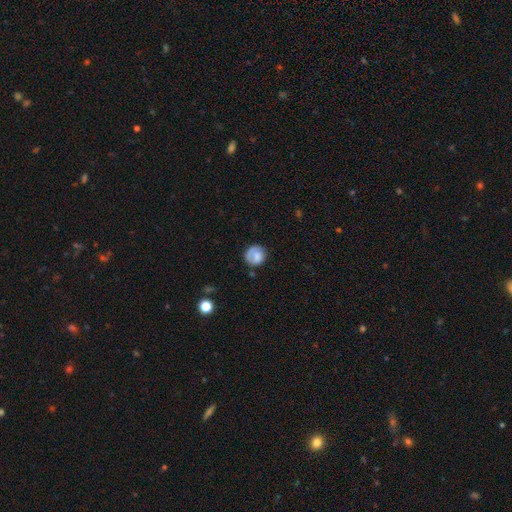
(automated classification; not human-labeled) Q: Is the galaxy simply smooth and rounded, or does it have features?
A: smooth — 73%.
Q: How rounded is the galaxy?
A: round — 84%.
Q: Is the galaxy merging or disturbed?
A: none — 65%.